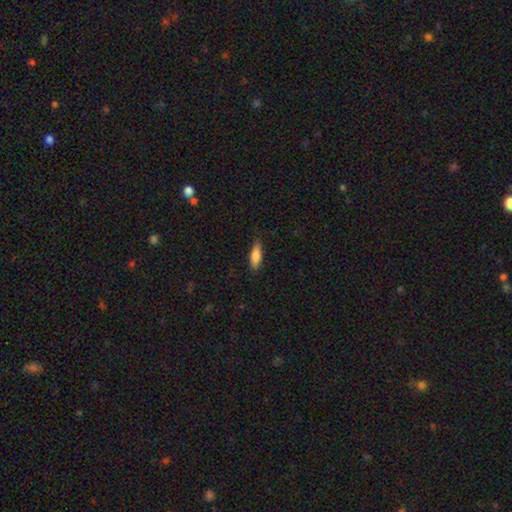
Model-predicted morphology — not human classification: smooth 84%, featured or disk 9%, star or artifact 6%. Down the decision tree: how rounded — in between (55%); merging — none (85%).